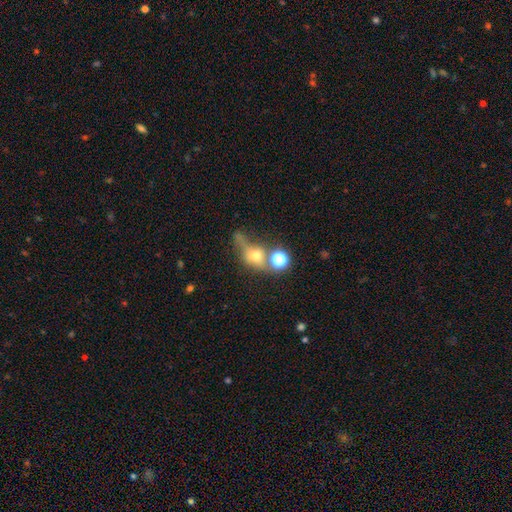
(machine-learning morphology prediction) Smooth or featured? Predicted: smooth (p=0.52). How rounded? Predicted: round (p=0.54). Merging? Predicted: none (p=0.35).